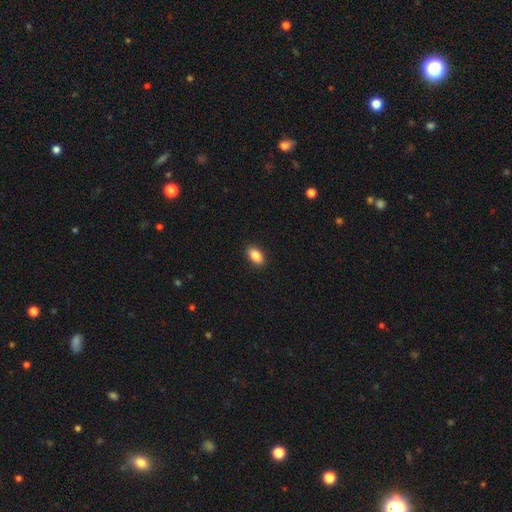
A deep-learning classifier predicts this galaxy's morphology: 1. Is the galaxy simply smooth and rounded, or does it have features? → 87% smooth, 8% star or artifact, 6% featured or disk.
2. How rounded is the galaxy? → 90% in between, 6% round, 3% cigar-shaped.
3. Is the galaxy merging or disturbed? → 90% none, 7% minor disturbance, 2% major disturbance, 1% merger.